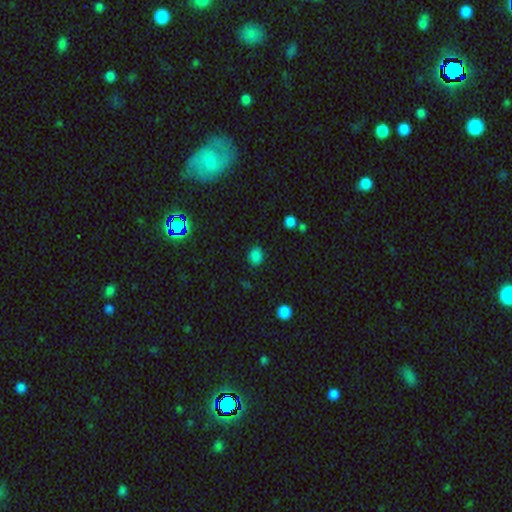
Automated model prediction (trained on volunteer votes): This appears to be a smooth galaxy with no disk features (81%) that is round (56%). Merging: none (84%).